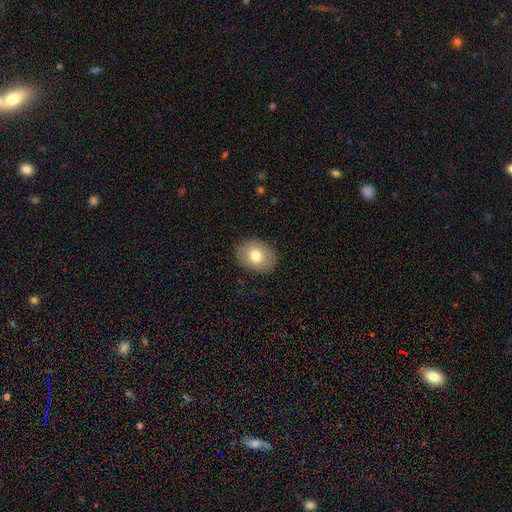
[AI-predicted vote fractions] Q: Smooth or featured?
A: smooth (77%); runner-up: featured or disk (16%)
Q: How rounded?
A: in between (67%); runner-up: round (32%)
Q: Merging?
A: none (86%); runner-up: minor disturbance (11%)